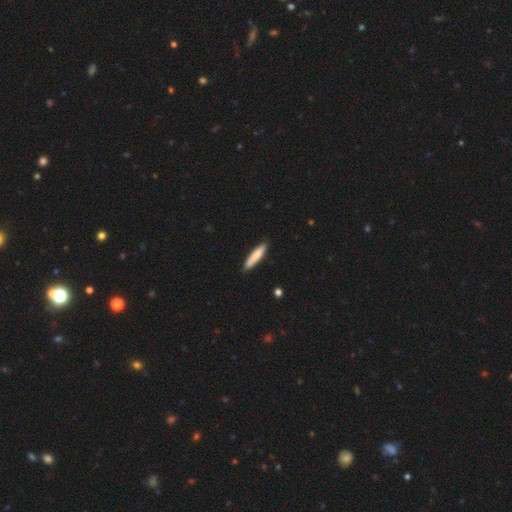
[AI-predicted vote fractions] Overall: smooth (81%). How rounded: cigar-shaped (85%). Merging: none (86%).